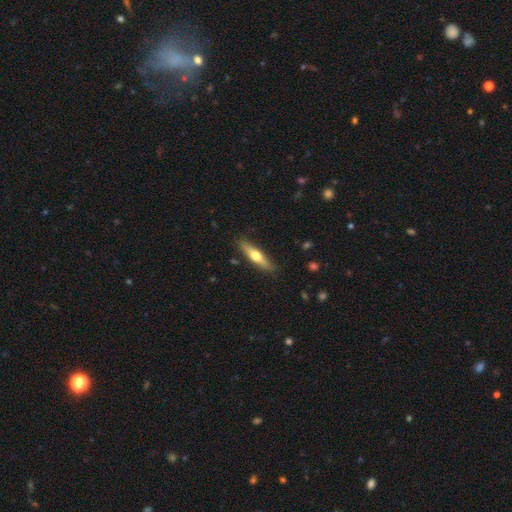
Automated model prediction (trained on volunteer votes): A smooth galaxy with no disk features (50%). Merging: none (87%).